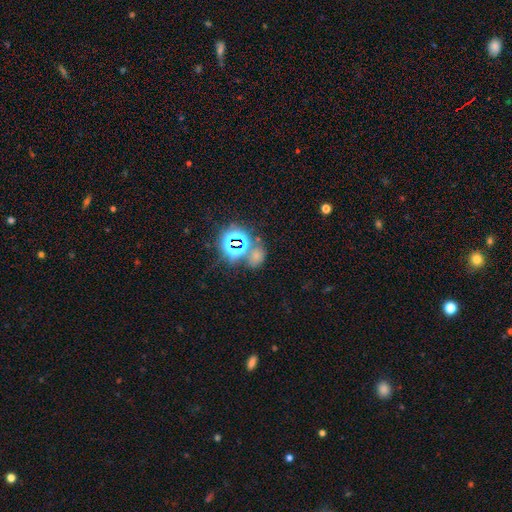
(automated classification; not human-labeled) A star or artifact, not a galaxy (50%).